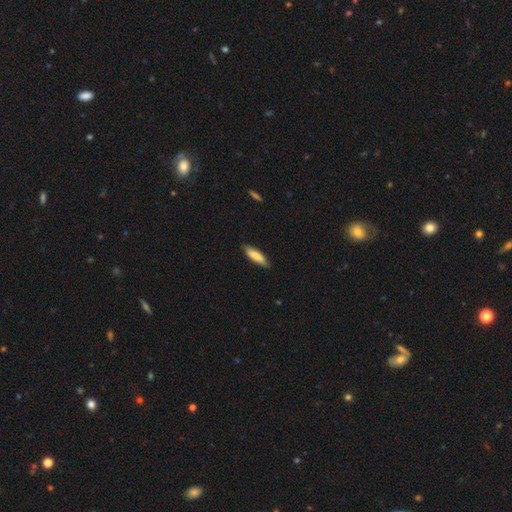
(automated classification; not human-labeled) A smooth galaxy with no disk features (79%) that is cigar-shaped (62%).

Vote fractions:
- Smooth or featured? smooth: 79% / featured or disk: 15% / star or artifact: 6%
- How rounded? cigar-shaped: 62% / in between: 36% / round: 1%
- Merging? none: 85% / minor disturbance: 12% / major disturbance: 2% / merger: 1%